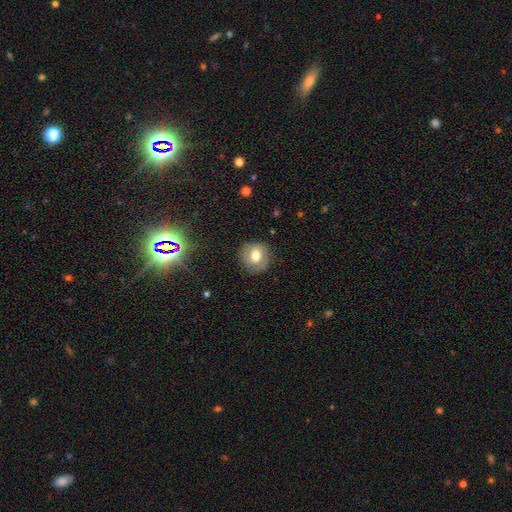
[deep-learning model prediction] The model was most divided on "smooth or featured": smooth: 68%, featured or disk: 22%, star or artifact: 11%. More confident: how rounded — round (85%); merging — none (82%).